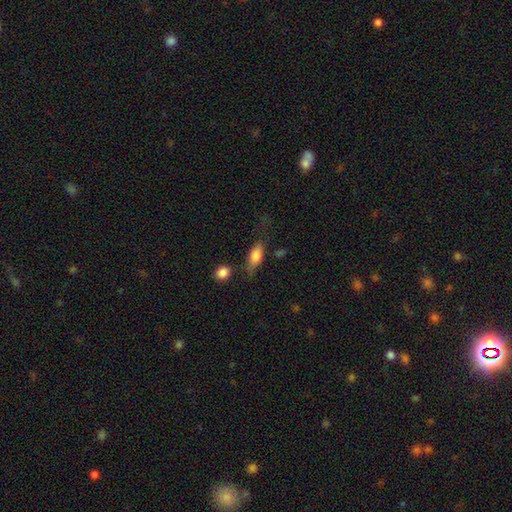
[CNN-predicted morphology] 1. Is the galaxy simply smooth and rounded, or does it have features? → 75% smooth, 18% featured or disk, 7% star or artifact.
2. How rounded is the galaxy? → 77% in between, 19% cigar-shaped, 5% round.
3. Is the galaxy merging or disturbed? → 58% none, 24% minor disturbance, 11% major disturbance, 7% merger.